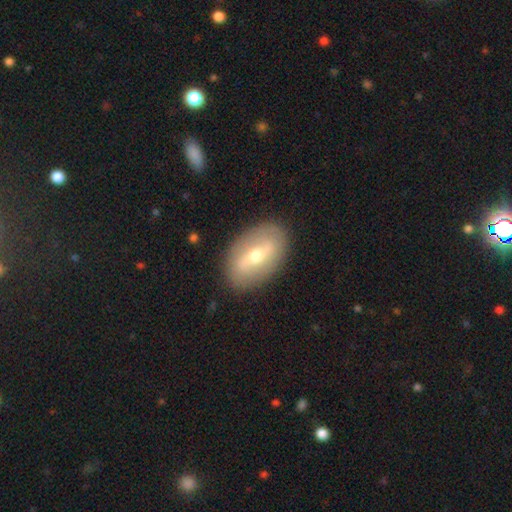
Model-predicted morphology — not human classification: This appears to be a featured or disk galaxy (59%) with a strong bar (42%), no spiral arms (60%) and a moderate central bulge (66%). Merging: none (86%).